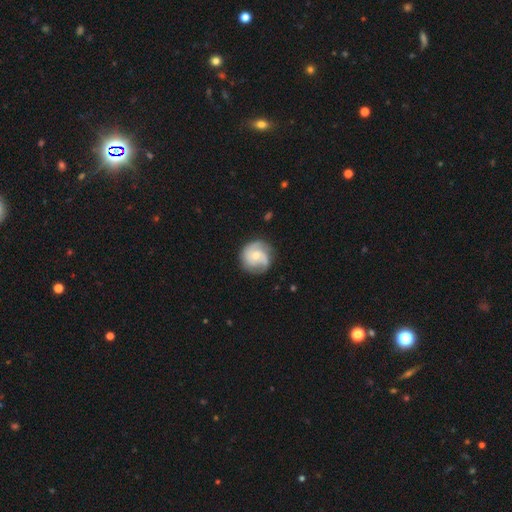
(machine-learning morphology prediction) Smooth or featured? Predicted: featured or disk (p=0.73). Edge-on disk? Predicted: no (p=0.98). Bar? Predicted: no (p=0.69). Spiral arms? Predicted: yes (p=0.94). Spiral winding? Predicted: tight (p=0.43). Spiral arm count? Predicted: 2 (p=0.45). Bulge size? Predicted: small (p=0.51). Merging? Predicted: none (p=0.76).